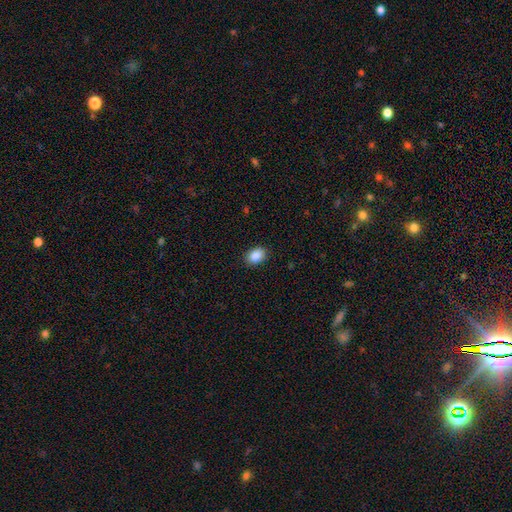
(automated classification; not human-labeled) Q: Smooth or featured?
A: smooth (89%); runner-up: star or artifact (8%)
Q: How rounded?
A: in between (79%); runner-up: round (20%)
Q: Merging?
A: none (88%); runner-up: minor disturbance (9%)